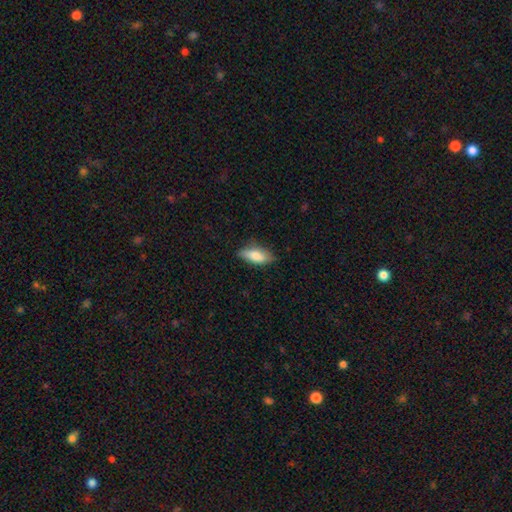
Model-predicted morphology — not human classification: smooth-or-featured: smooth: 76% | featured or disk: 17% | star or artifact: 6%
  how-rounded: in between: 75% | cigar-shaped: 23% | round: 3%
  merging: none: 73% | minor disturbance: 21% | major disturbance: 4% | merger: 1%